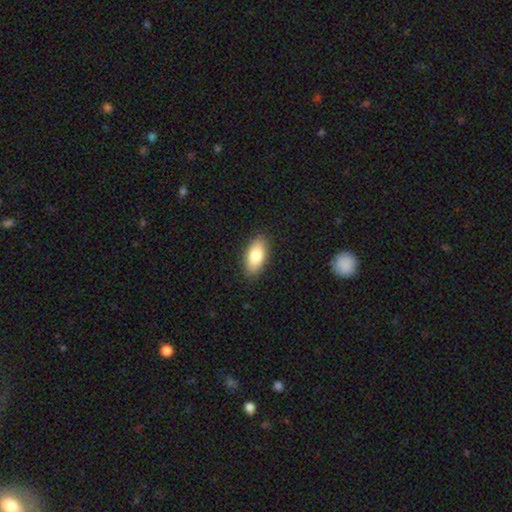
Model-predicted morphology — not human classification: Overall: smooth (81%). How rounded: in between (89%). Merging: none (88%).